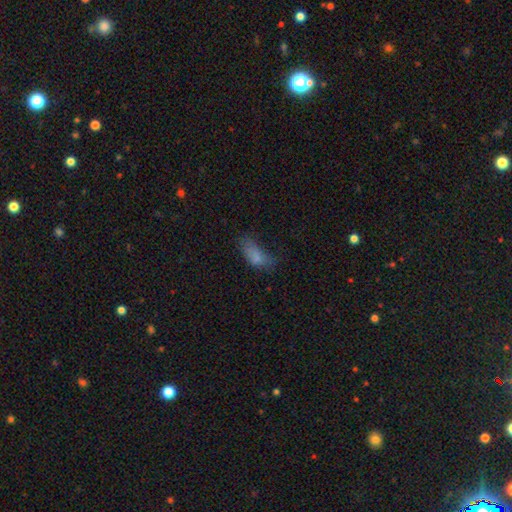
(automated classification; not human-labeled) smooth 73%, featured or disk 14%, star or artifact 13%. Down the decision tree: how rounded — in between (87%); merging — none (32%).